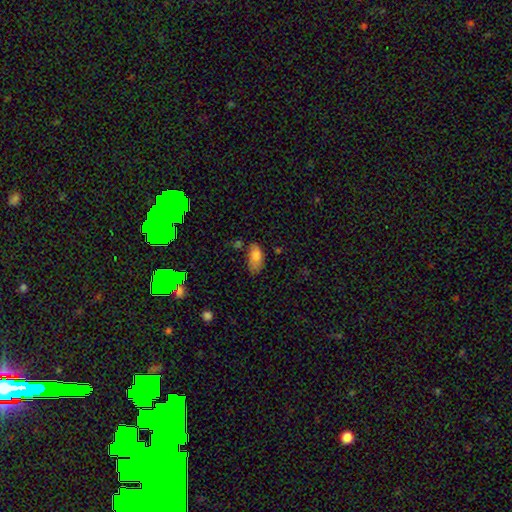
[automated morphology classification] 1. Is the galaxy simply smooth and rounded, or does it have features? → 82% smooth, 9% featured or disk, 8% star or artifact.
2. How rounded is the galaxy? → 91% in between, 5% cigar-shaped, 3% round.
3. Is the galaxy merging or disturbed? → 53% none, 32% minor disturbance, 9% major disturbance, 5% merger.